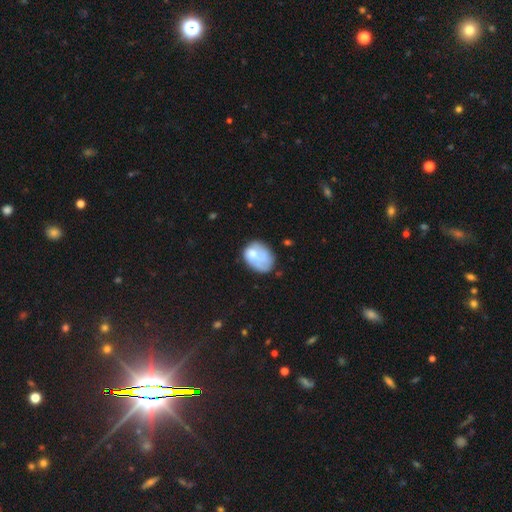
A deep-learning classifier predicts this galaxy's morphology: Smooth or featured? smooth (61%)
How rounded? in between (69%)
Merging? none (45%)